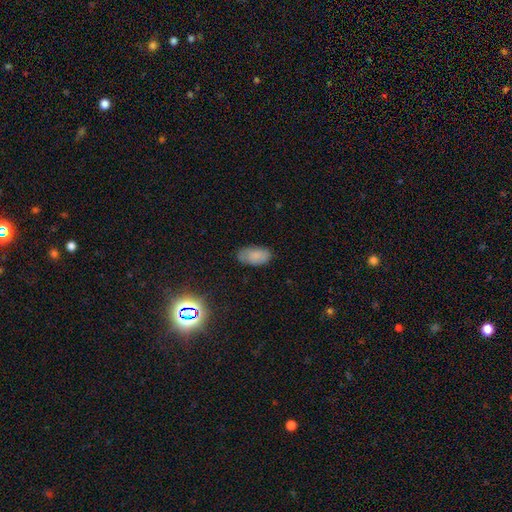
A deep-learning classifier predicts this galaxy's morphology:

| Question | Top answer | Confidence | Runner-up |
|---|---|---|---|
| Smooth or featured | smooth | 80% | featured or disk (11%) |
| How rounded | in between | 94% | round (3%) |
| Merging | none | 75% | minor disturbance (19%) |